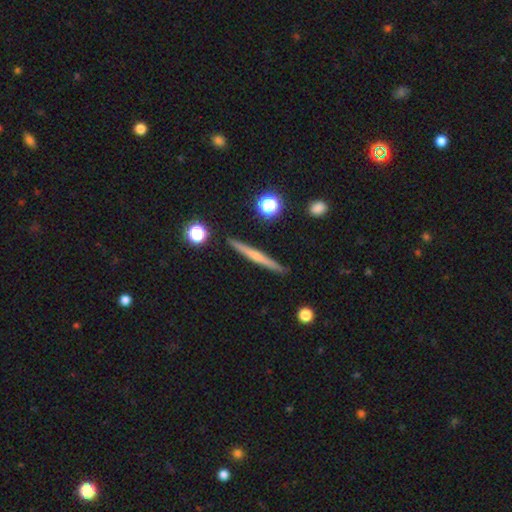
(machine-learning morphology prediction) Overall: featured or disk (57%; smooth 35%). Edge-on disk: yes (97%). Edge-on bulge: rounded (52%; none 43%). Merging: none (91%).